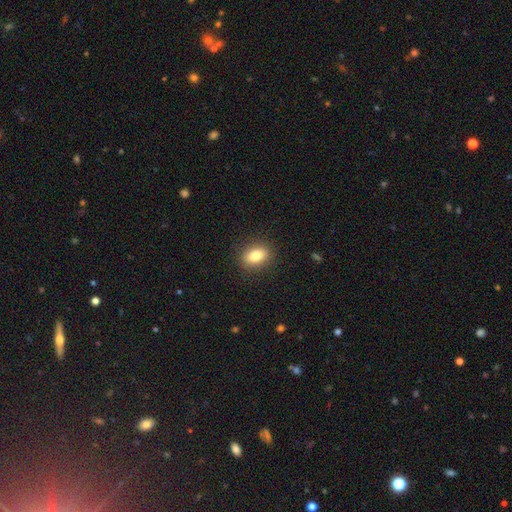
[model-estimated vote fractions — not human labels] This is clearly a smooth galaxy (82%). How rounded: clearly in between (80%). Merging: clearly none (89%).